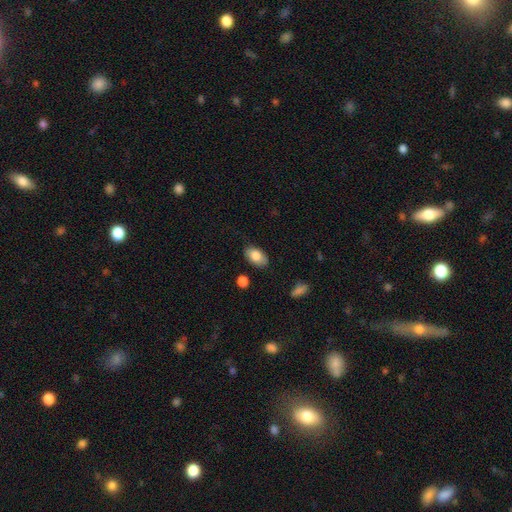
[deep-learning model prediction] The model was most divided on "merging": none: 82%, minor disturbance: 14%, major disturbance: 3%, merger: 2%. More confident: how rounded — in between (92%); smooth or featured — smooth (82%).